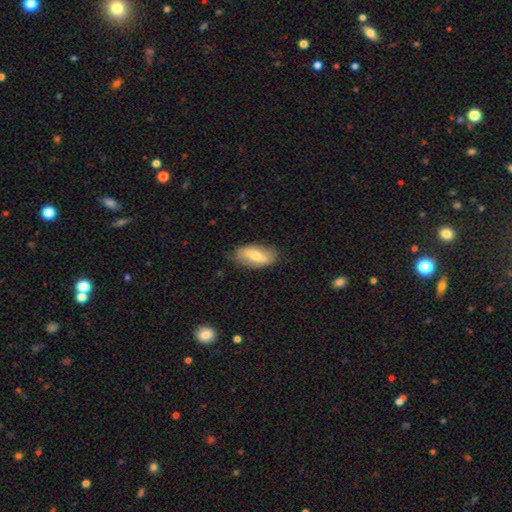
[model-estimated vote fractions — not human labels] smooth-or-featured: smooth: 57% | featured or disk: 37% | star or artifact: 6%
  how-rounded: in between: 89% | cigar-shaped: 7% | round: 4%
  merging: none: 76% | minor disturbance: 19% | major disturbance: 4% | merger: 1%